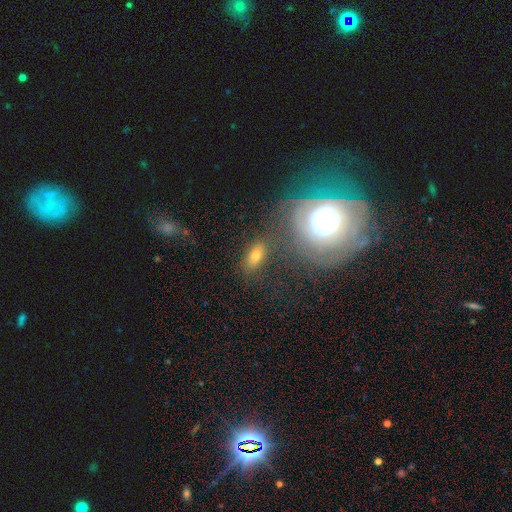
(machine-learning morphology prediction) type=smooth (64%); roundness=in between (81%); merging=none (73%).